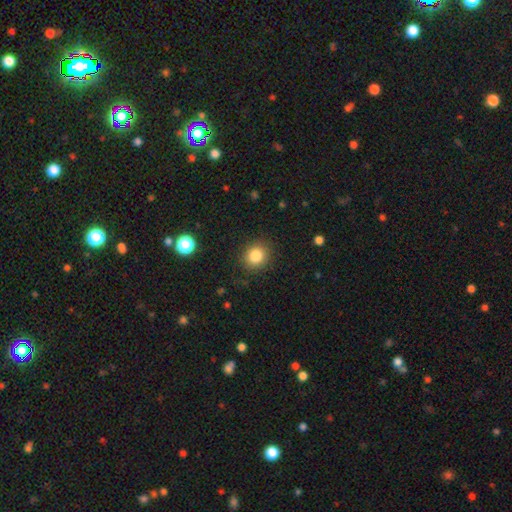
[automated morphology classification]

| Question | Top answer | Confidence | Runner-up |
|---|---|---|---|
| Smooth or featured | smooth | 83% | star or artifact (11%) |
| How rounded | round | 78% | in between (21%) |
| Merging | none | 87% | minor disturbance (9%) |